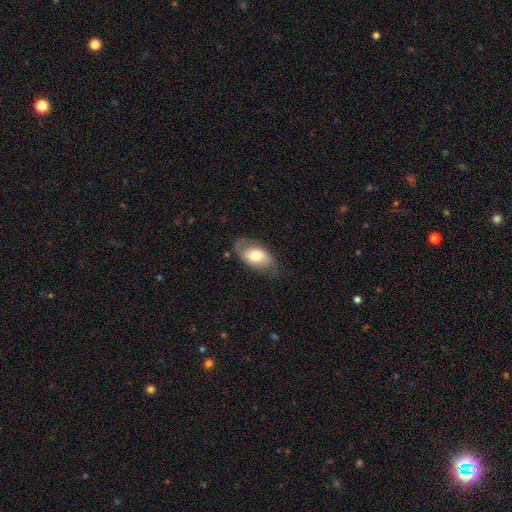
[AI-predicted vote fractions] This appears to be a smooth galaxy with no disk features (54%) that is in between round and cigar-shaped (90%). Merging: none (62%).